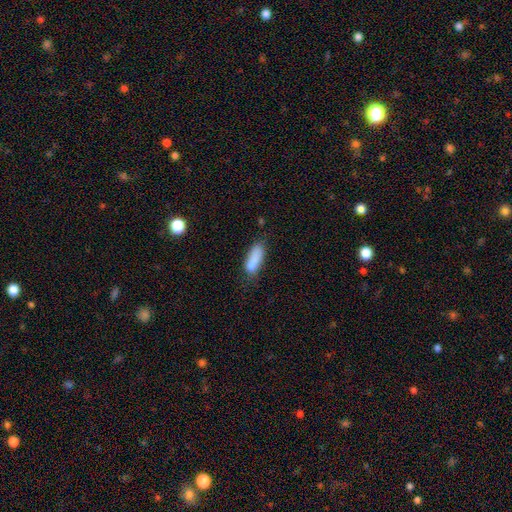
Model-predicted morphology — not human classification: Q: Smooth or featured?
A: smooth (80%); runner-up: featured or disk (11%)
Q: How rounded?
A: in between (69%); runner-up: cigar-shaped (28%)
Q: Merging?
A: none (48%); runner-up: minor disturbance (26%)